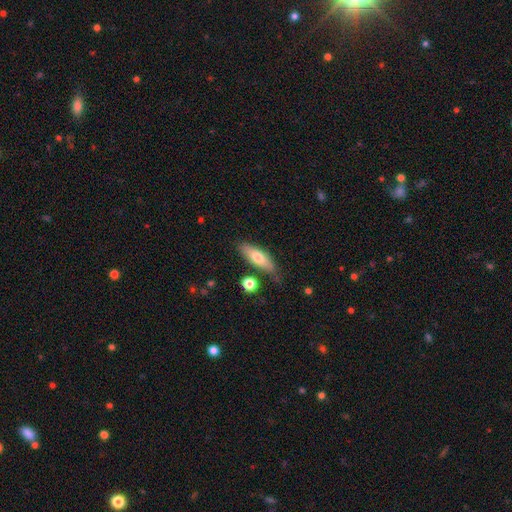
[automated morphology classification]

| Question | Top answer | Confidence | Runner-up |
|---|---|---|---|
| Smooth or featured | smooth | 65% | featured or disk (28%) |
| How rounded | cigar-shaped | 49% | tied: in between (49%) |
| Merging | none | 75% | minor disturbance (16%) |